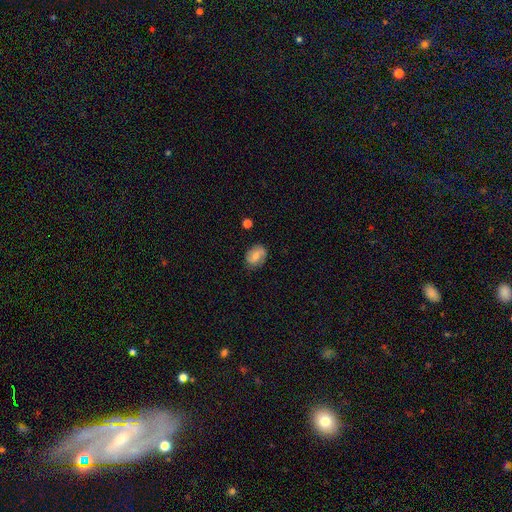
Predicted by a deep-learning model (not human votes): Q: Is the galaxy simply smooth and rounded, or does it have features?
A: smooth — 53%.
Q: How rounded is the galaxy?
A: in between — 61%.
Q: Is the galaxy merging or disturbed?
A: none — 78%.